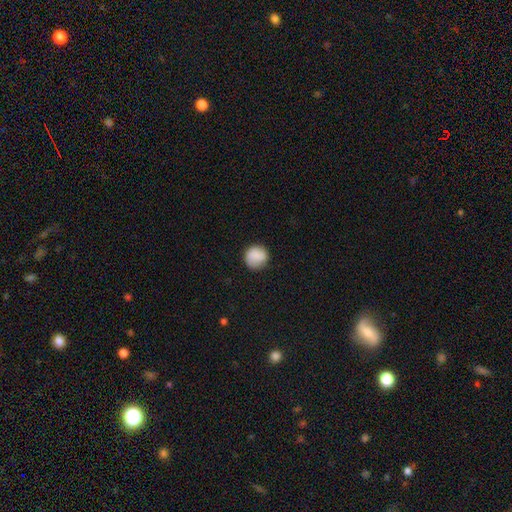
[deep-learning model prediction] Overall: smooth (85%). How rounded: round (90%). Merging: none (80%).